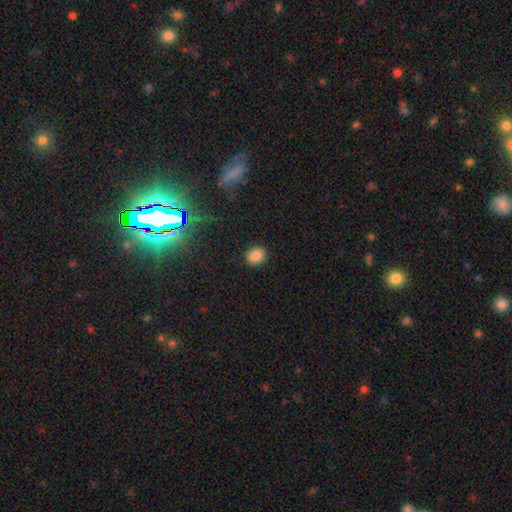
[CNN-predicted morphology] Smooth or featured? smooth (85%)
How rounded? round (56%)
Merging? none (88%)